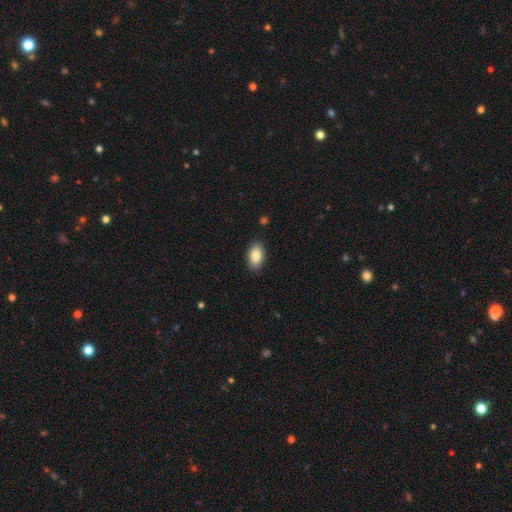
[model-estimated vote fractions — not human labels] smooth 86%, featured or disk 7%, star or artifact 7%. Down the decision tree: how rounded — in between (93%); merging — none (88%).